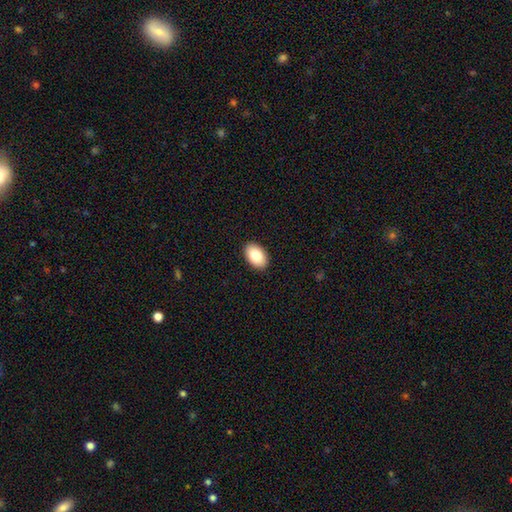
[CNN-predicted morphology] Overall: smooth (84%). How rounded: in between (92%). Merging: none (91%).